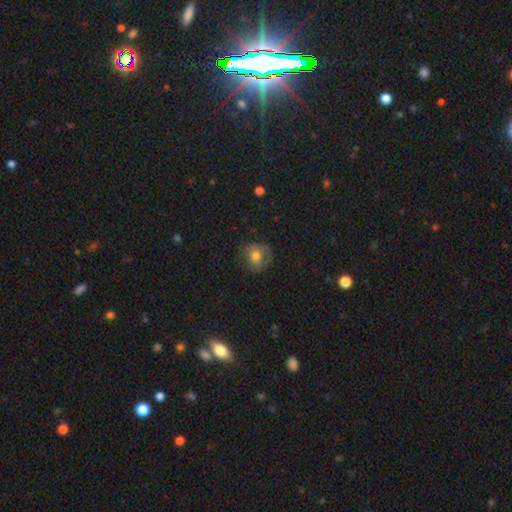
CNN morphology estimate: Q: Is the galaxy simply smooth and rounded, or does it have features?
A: smooth — 65%.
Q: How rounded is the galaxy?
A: round — 80%.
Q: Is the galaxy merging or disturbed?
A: none — 66%.